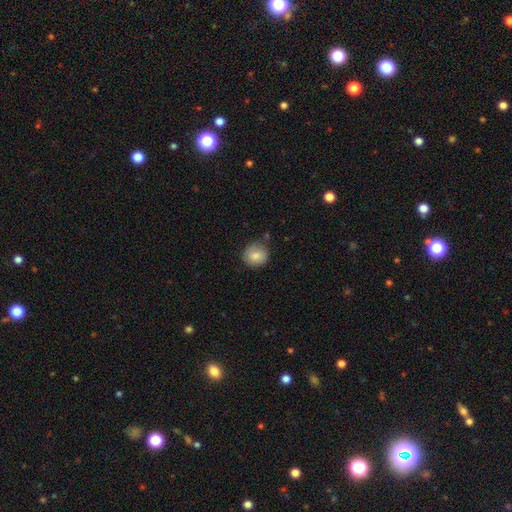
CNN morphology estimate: smooth_or_featured: smooth (p=0.83) [alt: featured or disk p=0.10]
how_rounded: round (p=0.83) [alt: in between p=0.16]
merging: none (p=0.74) [alt: minor disturbance p=0.19]